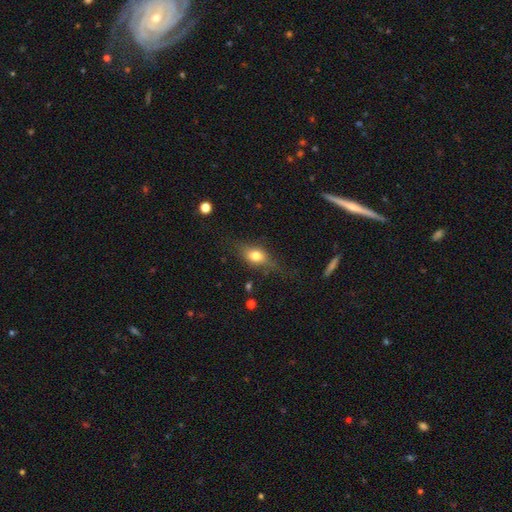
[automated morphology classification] Overall: smooth (66%). How rounded: in between (68%). Merging: none (64%).